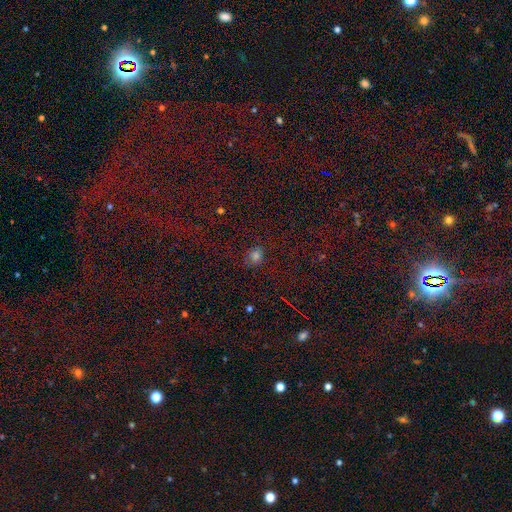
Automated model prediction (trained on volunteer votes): Overall: smooth (67%). How rounded: round (68%; in between 31%). Merging: none (76%).